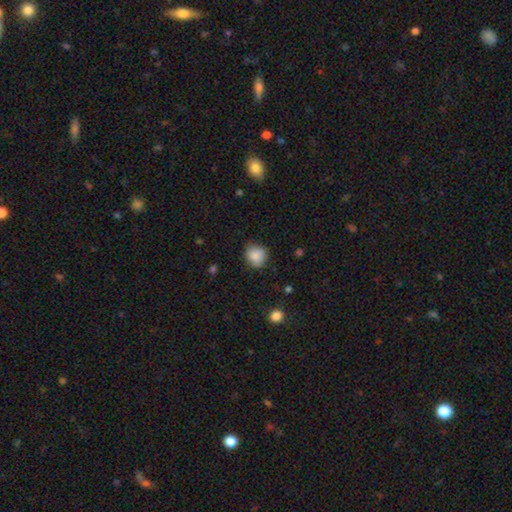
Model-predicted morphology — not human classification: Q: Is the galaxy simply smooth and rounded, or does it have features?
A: smooth — 87%.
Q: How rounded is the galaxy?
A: round — 81%.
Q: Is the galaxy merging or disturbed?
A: none — 76%.